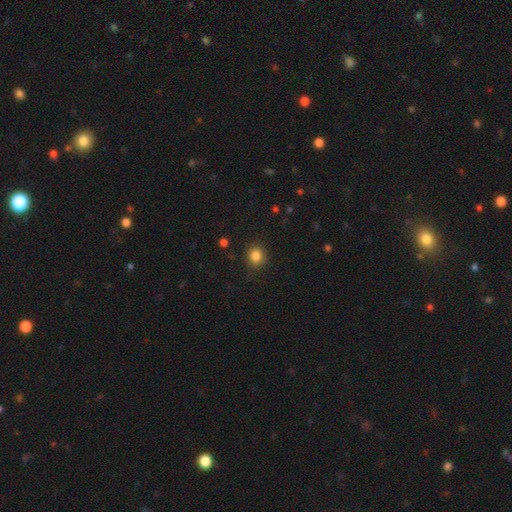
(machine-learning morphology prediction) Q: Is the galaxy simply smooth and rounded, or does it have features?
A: smooth — 85%.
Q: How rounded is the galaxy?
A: round — 79%.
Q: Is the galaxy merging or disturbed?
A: none — 87%.